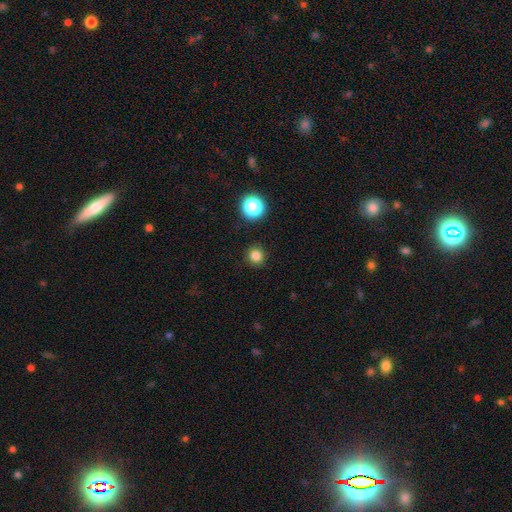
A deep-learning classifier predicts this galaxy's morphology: Smooth or featured?
  - smooth: 81% *
  - star or artifact: 15%
  - featured or disk: 4%
How rounded?
  - round: 93% *
  - in between: 6%
  - cigar-shaped: 1%
Merging?
  - none: 91% *
  - minor disturbance: 6%
  - major disturbance: 2%
  - merger: 1%